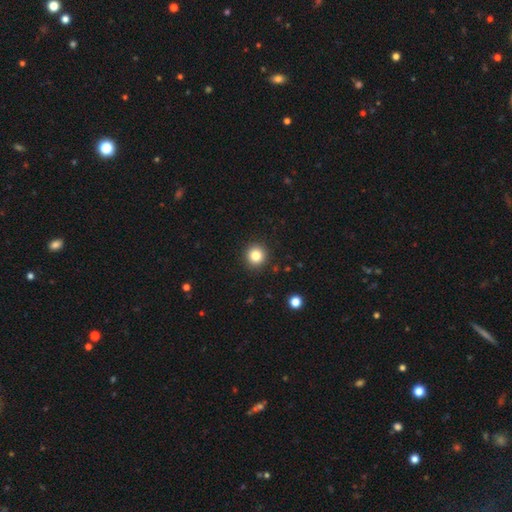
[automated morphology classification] Smooth or featured?
  - smooth: 84% *
  - star or artifact: 11%
  - featured or disk: 6%
How rounded?
  - round: 94% *
  - in between: 5%
  - cigar-shaped: 1%
Merging?
  - none: 92% *
  - minor disturbance: 5%
  - major disturbance: 2%
  - merger: 1%